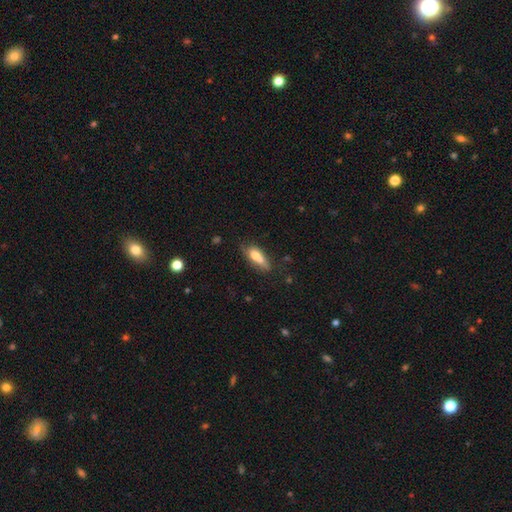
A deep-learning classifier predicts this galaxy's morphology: A smooth galaxy with no disk features (66%) that is in between round and cigar-shaped (70%). Merging: none (41%).